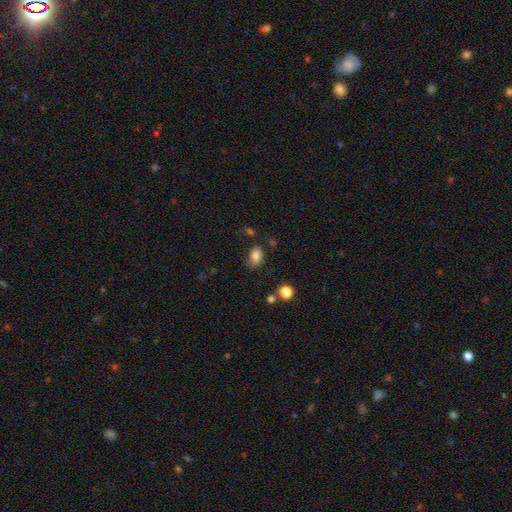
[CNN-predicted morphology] Smooth or featured?
  - smooth: 82% *
  - star or artifact: 10%
  - featured or disk: 7%
How rounded?
  - in between: 74% *
  - round: 24%
  - cigar-shaped: 1%
Merging?
  - none: 67% *
  - minor disturbance: 23%
  - major disturbance: 6%
  - merger: 4%